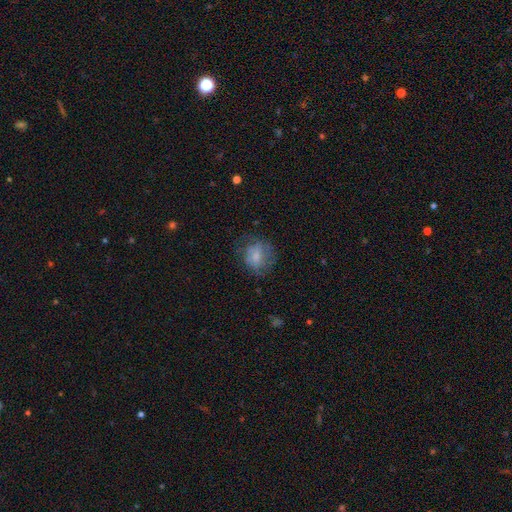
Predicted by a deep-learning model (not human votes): Overall: smooth (56%; featured or disk 34%). How rounded: round (60%; in between 38%). Merging: none (55%; minor disturbance 24%).